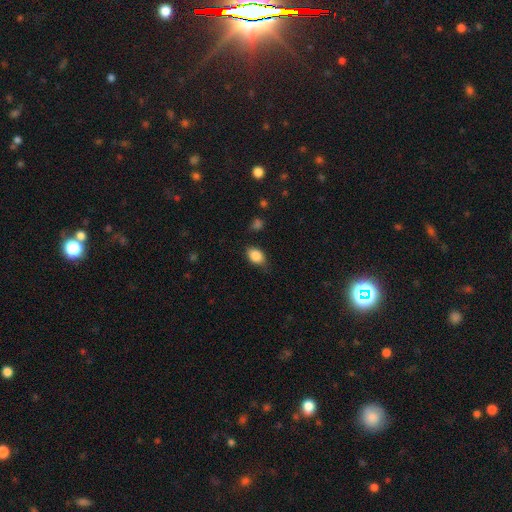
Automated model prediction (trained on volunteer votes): The model was most divided on "merging": none: 70%, minor disturbance: 24%, major disturbance: 5%, merger: 2%. More confident: smooth or featured — smooth (86%); how rounded — in between (81%).